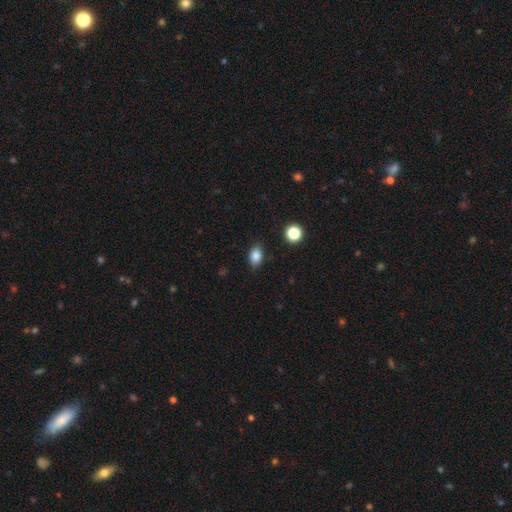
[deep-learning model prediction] The model was most divided on "how rounded": in between: 82%, round: 17%, cigar-shaped: 2%. More confident: merging — none (85%); smooth or featured — smooth (84%).